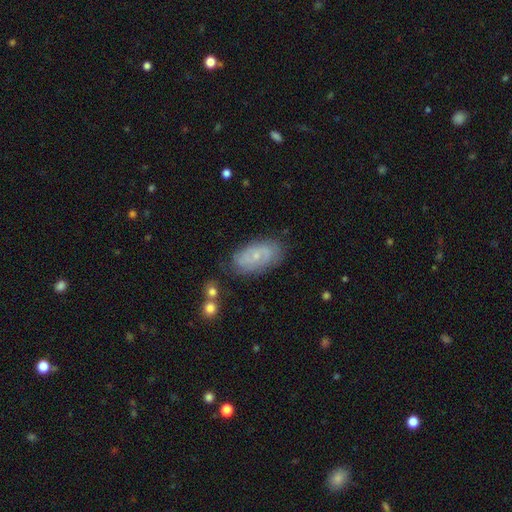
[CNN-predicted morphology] type=featured or disk (64%); edge-on=no (95%); bar=no (63%); spiral arms=yes (83%); winding=tight (49%); arm count=2 (49%); bulge=small (76%); merging=none (74%).